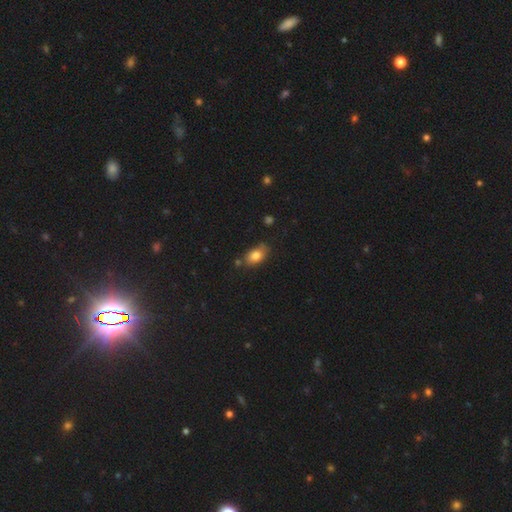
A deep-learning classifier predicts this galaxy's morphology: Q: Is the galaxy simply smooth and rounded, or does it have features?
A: smooth — 81%.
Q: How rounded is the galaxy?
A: in between — 85%.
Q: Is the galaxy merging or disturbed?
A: none — 71%.